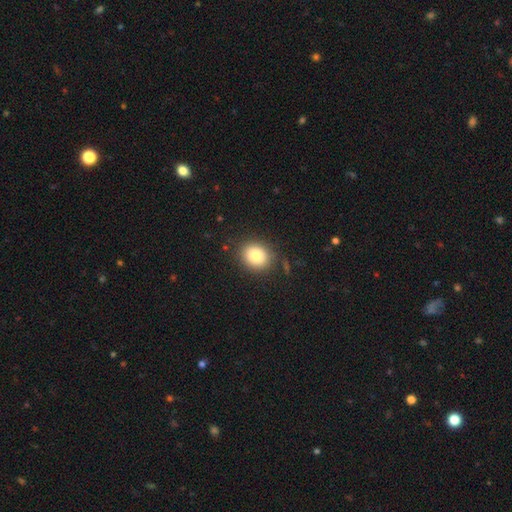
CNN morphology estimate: Overall: smooth (82%). How rounded: round (61%; in between 38%). Merging: none (85%).